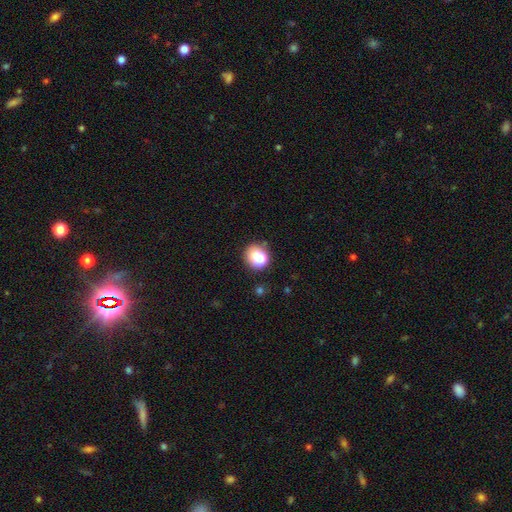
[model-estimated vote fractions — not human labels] Smooth or featured? smooth (74%)
How rounded? round (67%)
Merging? none (57%)